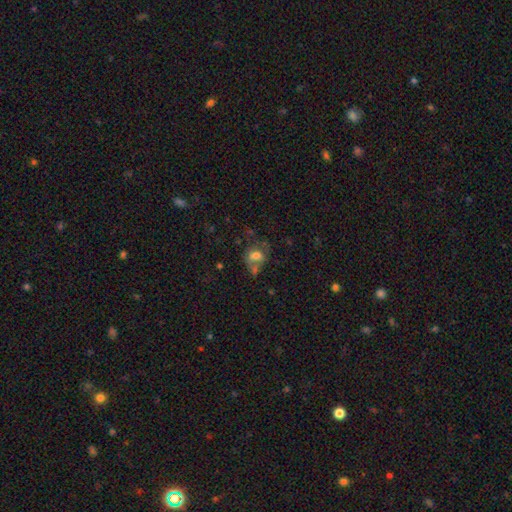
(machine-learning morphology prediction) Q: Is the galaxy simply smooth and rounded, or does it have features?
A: smooth — 59%.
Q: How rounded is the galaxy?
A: in between — 59%.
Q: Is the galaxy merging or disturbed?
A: none — 33%.